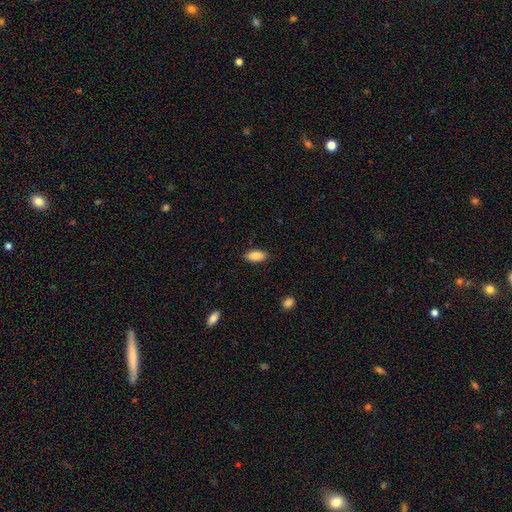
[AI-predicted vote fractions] This appears to be a smooth galaxy with no disk features (88%) that is in between round and cigar-shaped (90%). Merging: none (87%).